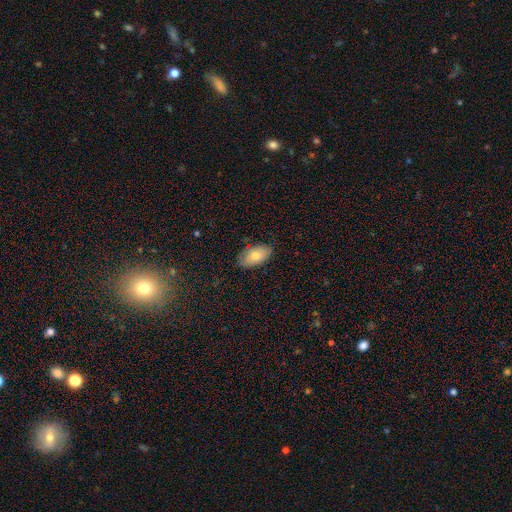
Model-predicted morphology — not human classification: Smooth or featured? Predicted: smooth (p=0.76). How rounded? Predicted: in between (p=0.94). Merging? Predicted: none (p=0.84).